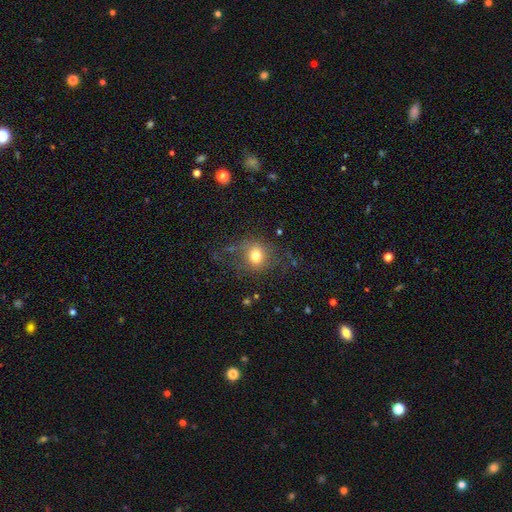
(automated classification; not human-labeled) This is likely a smooth galaxy (69%). How rounded: likely round (74%). Merging: likely none (62%).